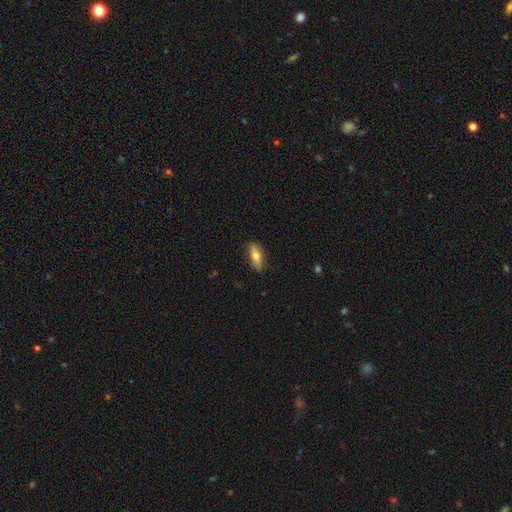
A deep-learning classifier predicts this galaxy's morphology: smooth 68%, featured or disk 25%, star or artifact 6%. Down the decision tree: how rounded — in between (67%); merging — none (84%).